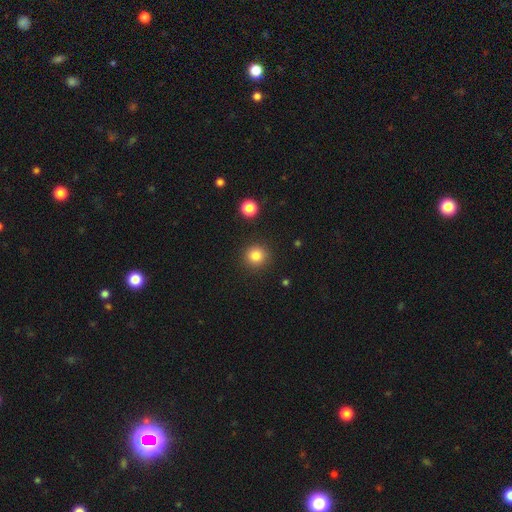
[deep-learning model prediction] Smooth or featured: smooth — 83% (star or artifact — 11%)
How rounded: round — 94% (in between — 5%)
Merging: none — 90% (minor disturbance — 6%)